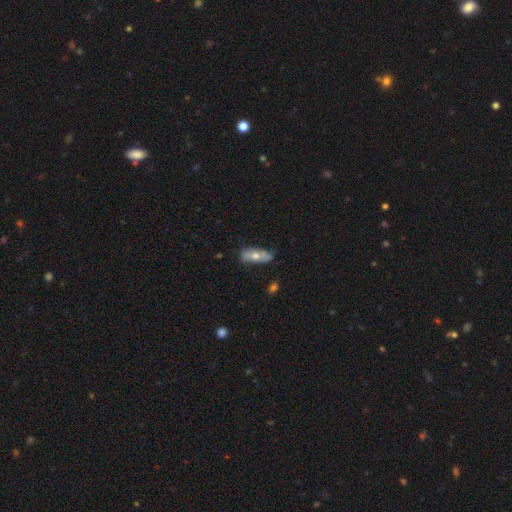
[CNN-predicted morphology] Smooth or featured? Predicted: smooth (p=0.56). How rounded? Predicted: in between (p=0.68). Merging? Predicted: none (p=0.63).